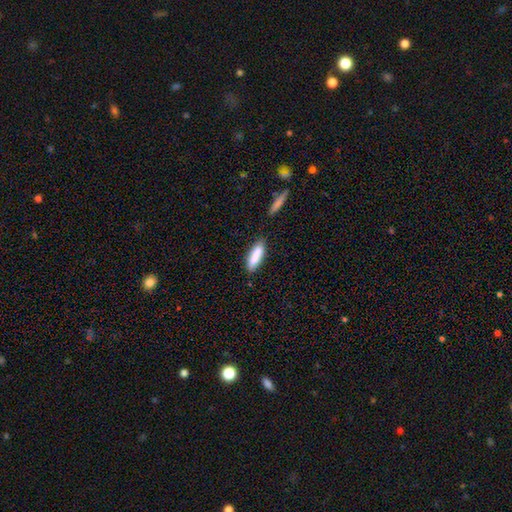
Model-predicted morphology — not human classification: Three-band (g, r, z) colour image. It shows a smooth galaxy with no disk features (84%) that is cigar-shaped (56%). Merging: none (77%).